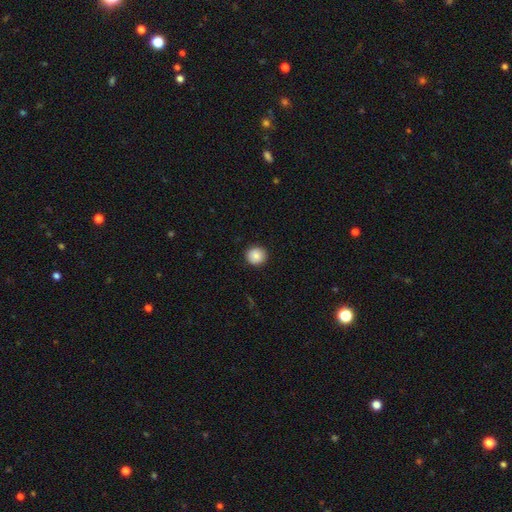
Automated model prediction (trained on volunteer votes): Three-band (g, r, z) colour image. It shows a smooth galaxy with no disk features (85%) that is round (92%). Merging: none (91%).